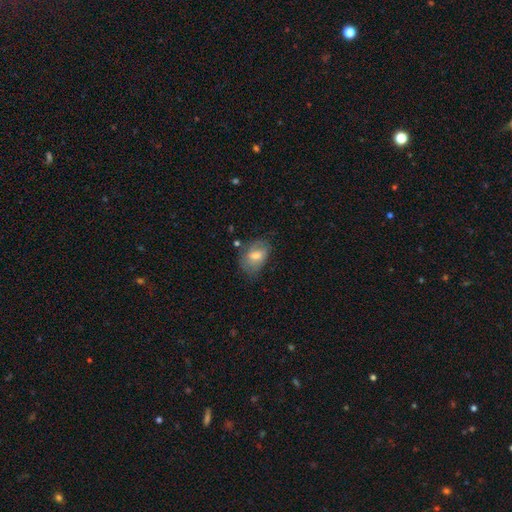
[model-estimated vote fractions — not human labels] Smooth or featured? smooth (67%)
How rounded? in between (82%)
Merging? none (56%)